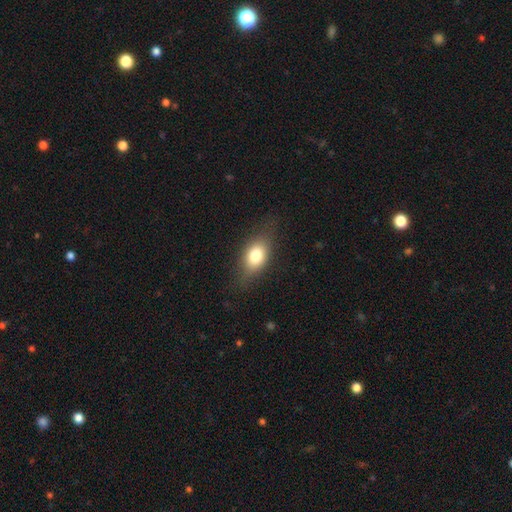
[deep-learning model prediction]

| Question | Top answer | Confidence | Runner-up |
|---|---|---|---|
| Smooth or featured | smooth | 73% | featured or disk (18%) |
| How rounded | in between | 75% | round (19%) |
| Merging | none | 73% | minor disturbance (19%) |